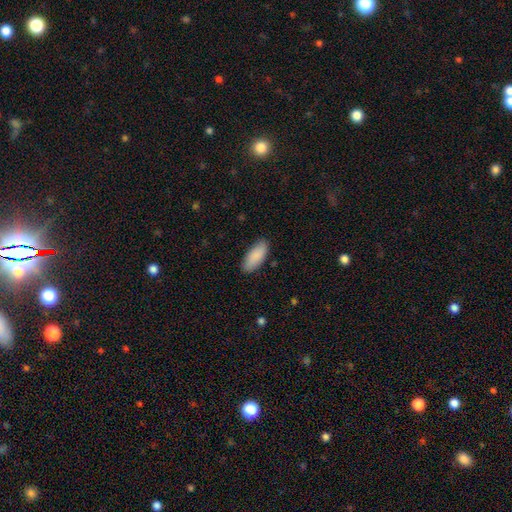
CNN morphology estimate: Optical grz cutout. It shows a smooth galaxy with no disk features (89%) that is in between round and cigar-shaped (84%). Merging: none (87%).